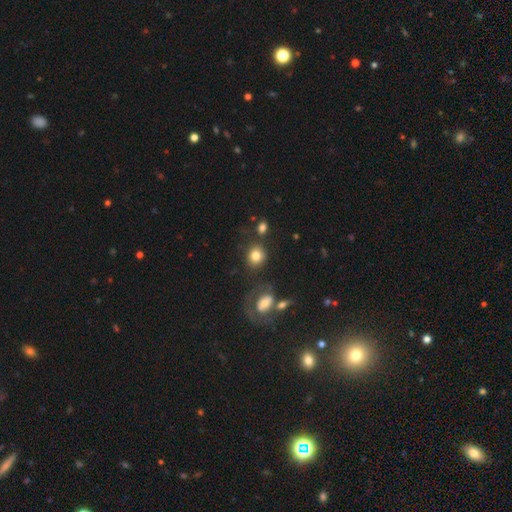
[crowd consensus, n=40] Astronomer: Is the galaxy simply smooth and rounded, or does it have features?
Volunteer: smooth — 88%.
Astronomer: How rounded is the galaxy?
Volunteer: round — 66%.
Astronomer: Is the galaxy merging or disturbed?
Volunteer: none — 54%.